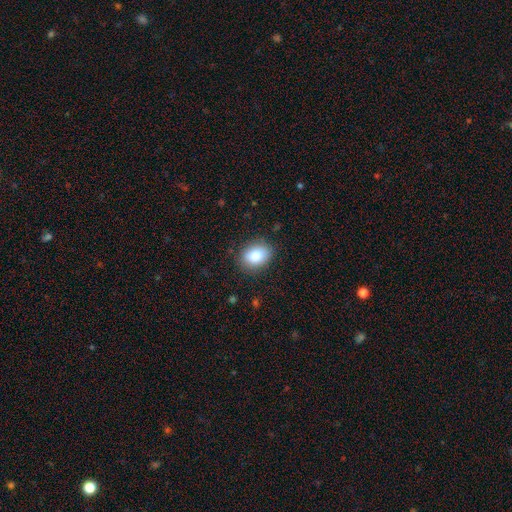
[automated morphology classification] This is clearly a smooth galaxy (84%). How rounded: likely in between (67%). Merging: clearly none (85%).